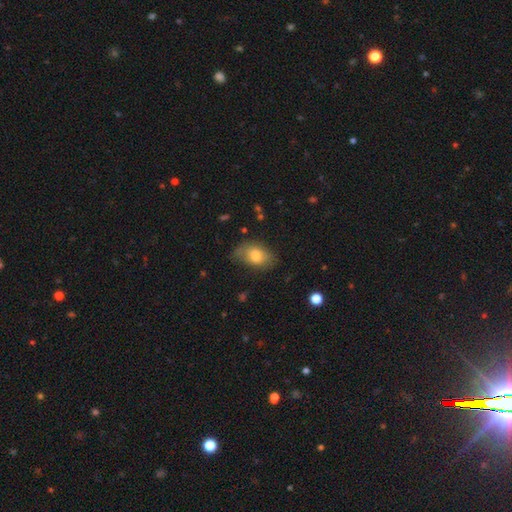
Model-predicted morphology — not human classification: type=smooth (74%); roundness=in between (86%); merging=none (65%).